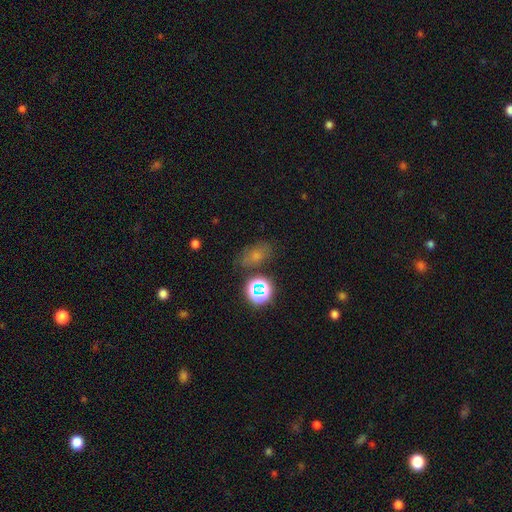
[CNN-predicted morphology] smooth 62%, star or artifact 25%, featured or disk 14%. Down the decision tree: how rounded — in between (77%); merging — none (70%).